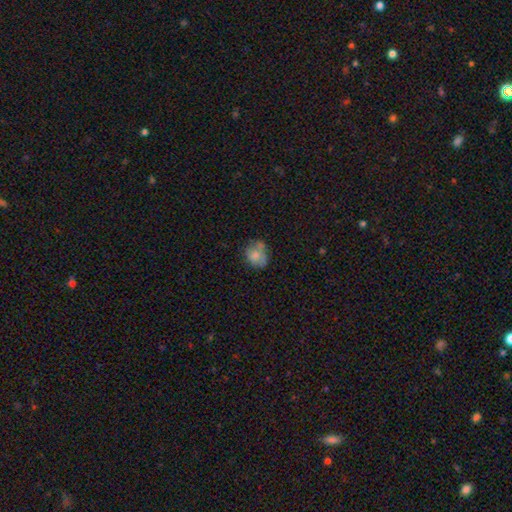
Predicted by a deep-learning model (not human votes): A smooth galaxy with no disk features (70%) that is round (50%).

Vote fractions:
- Smooth or featured? smooth: 70% / featured or disk: 21% / star or artifact: 9%
- How rounded? round: 50% / in between: 49% / cigar-shaped: 1%
- Merging? none: 48% / minor disturbance: 28% / major disturbance: 13% / merger: 11%